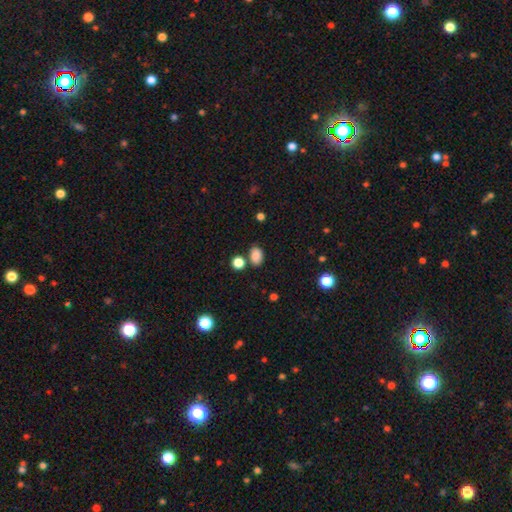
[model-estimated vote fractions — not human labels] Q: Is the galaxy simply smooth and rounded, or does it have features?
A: smooth — 85%.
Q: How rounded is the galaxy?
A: in between — 79%.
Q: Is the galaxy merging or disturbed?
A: none — 73%.